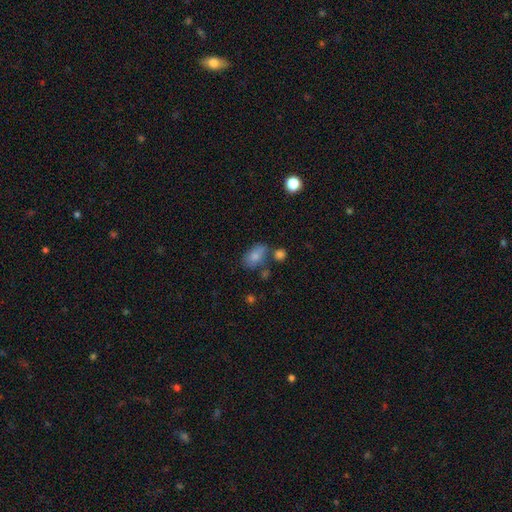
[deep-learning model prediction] The model was most divided on "merging": none: 53%, minor disturbance: 23%, merger: 15%, major disturbance: 8%. More confident: how rounded — in between (88%); smooth or featured — smooth (79%).